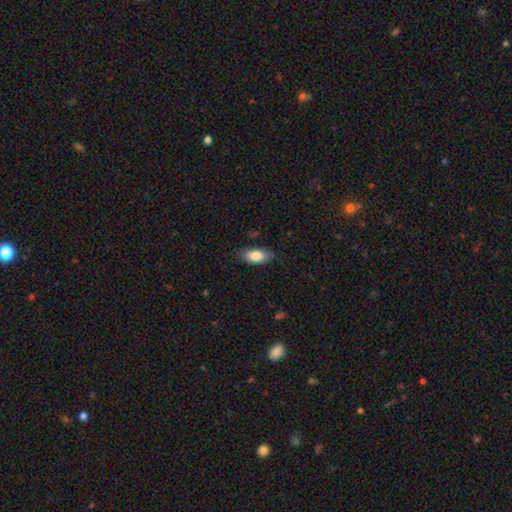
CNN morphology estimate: The model was most divided on "merging": none: 81%, minor disturbance: 15%, major disturbance: 3%, merger: 1%. More confident: how rounded — in between (90%); smooth or featured — smooth (84%).